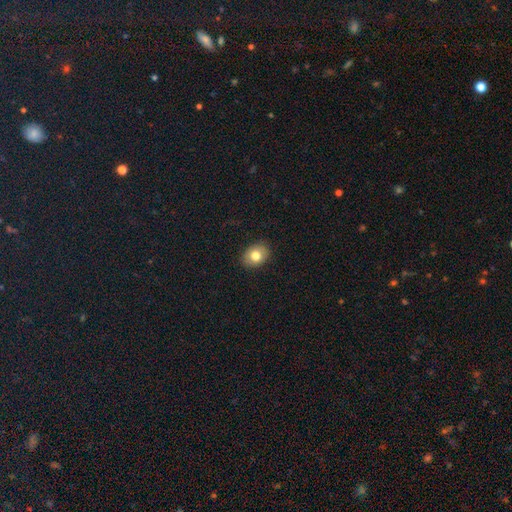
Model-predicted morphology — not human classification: This appears to be a smooth galaxy with no disk features (79%) that is in between round and cigar-shaped (67%). Merging: none (88%).